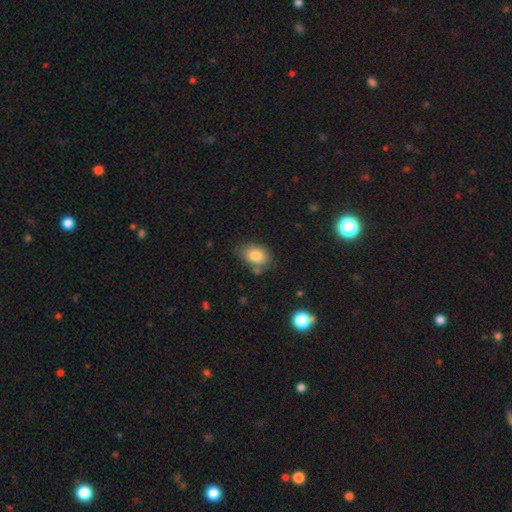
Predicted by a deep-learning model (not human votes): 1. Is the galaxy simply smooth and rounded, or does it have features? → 83% smooth, 9% featured or disk, 8% star or artifact.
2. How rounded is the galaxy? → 81% in between, 18% round, 1% cigar-shaped.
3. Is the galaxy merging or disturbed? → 65% none, 23% minor disturbance, 8% merger, 5% major disturbance.